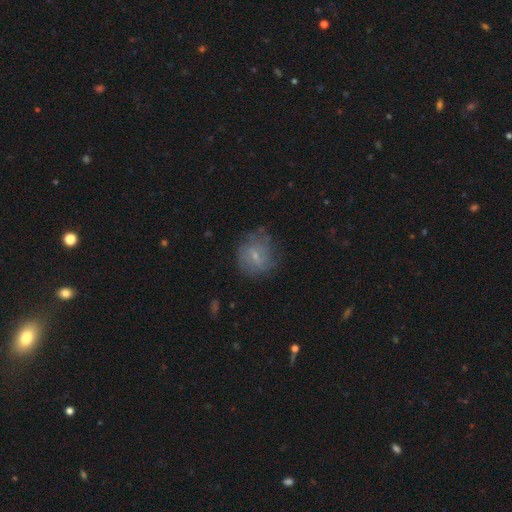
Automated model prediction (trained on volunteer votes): Q: Smooth or featured?
A: featured or disk (53%); runner-up: smooth (38%)
Q: Edge-on disk?
A: no (96%); runner-up: yes (4%)
Q: Bar?
A: weak (50%); runner-up: no (41%)
Q: Spiral arms?
A: yes (69%); runner-up: no (31%)
Q: Bulge size?
A: small (70%); runner-up: moderate (23%)
Q: Merging?
A: none (68%); runner-up: minor disturbance (21%)